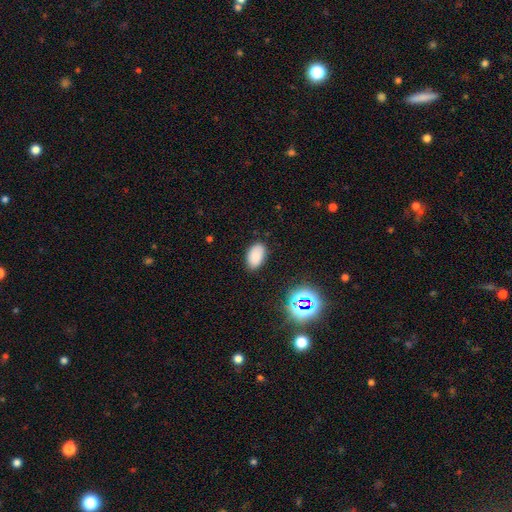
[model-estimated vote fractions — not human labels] This appears to be a smooth galaxy with no disk features (83%) that is in between round and cigar-shaped (93%). Merging: none (85%).